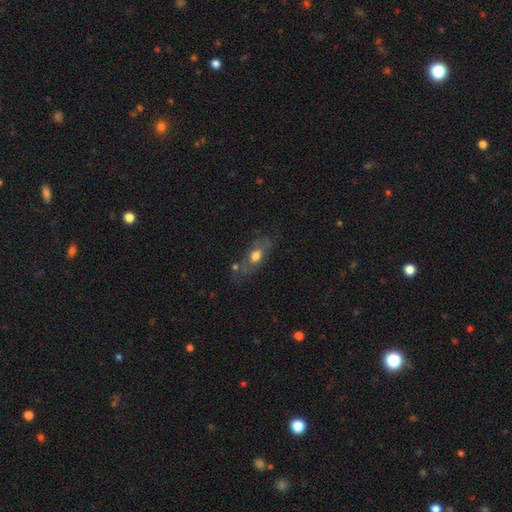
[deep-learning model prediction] This appears to be a smooth galaxy with no disk features (49%). Merging: none (56%).